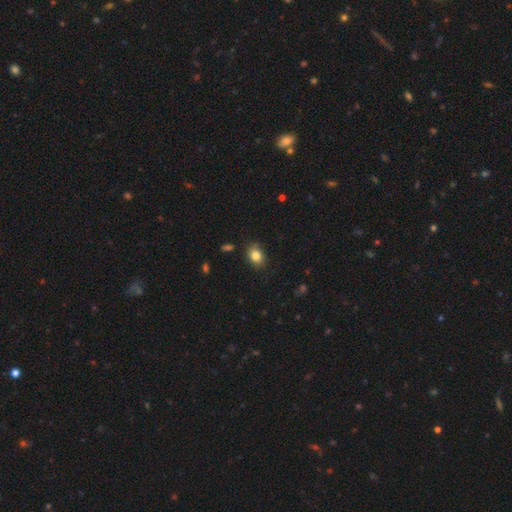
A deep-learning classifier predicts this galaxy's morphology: This appears to be a smooth galaxy with no disk features (83%) that is in between round and cigar-shaped (67%). Merging: none (80%).